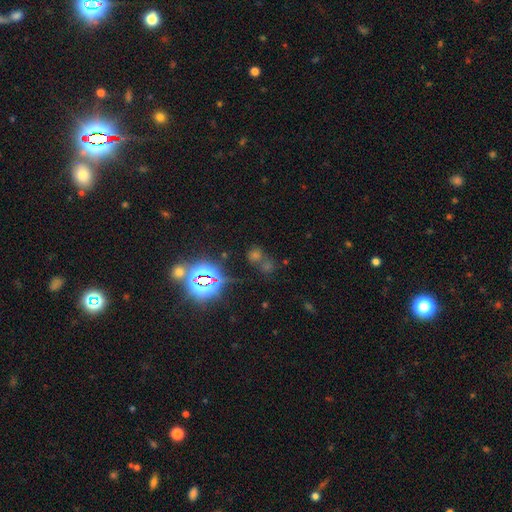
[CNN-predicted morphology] Overall: star or artifact (60%; smooth 30%).